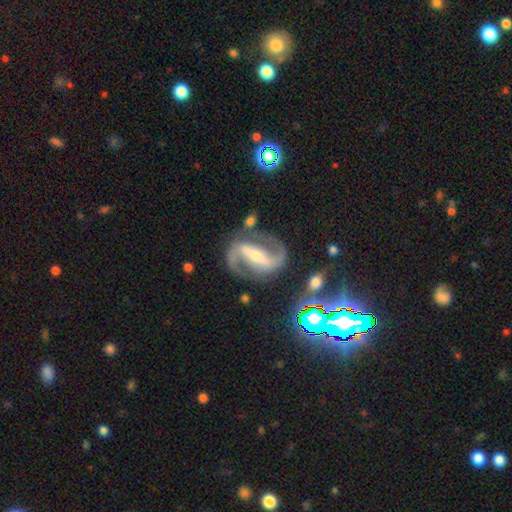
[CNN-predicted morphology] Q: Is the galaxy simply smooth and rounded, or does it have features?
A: featured or disk — 89%.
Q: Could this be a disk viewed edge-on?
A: no — 96%.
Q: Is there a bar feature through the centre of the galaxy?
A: strong — 72%.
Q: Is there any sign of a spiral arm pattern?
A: yes — 97%.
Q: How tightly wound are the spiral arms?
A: medium — 57%.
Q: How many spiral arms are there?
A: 2 — 93%.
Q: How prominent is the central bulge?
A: small — 52%.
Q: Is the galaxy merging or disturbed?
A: none — 80%.